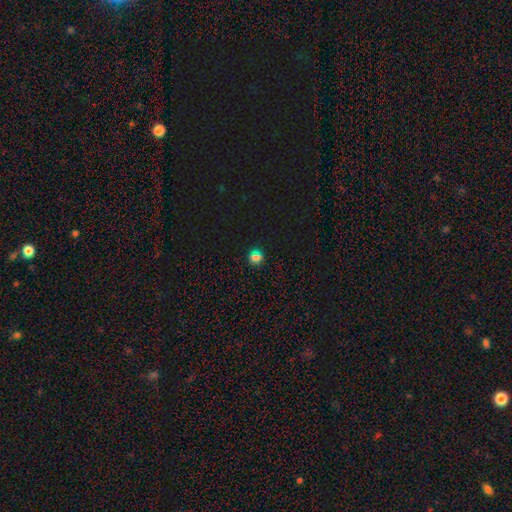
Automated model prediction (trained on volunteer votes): smooth 54%, star or artifact 39%, featured or disk 7%. Down the decision tree: how rounded — round (91%); merging — none (89%).